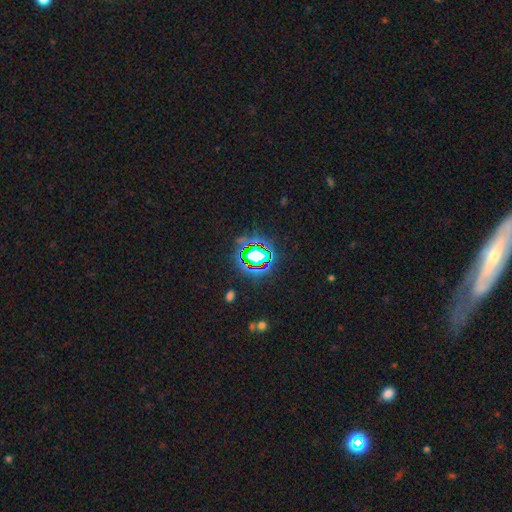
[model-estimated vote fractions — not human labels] Smooth or featured: star or artifact — 69% (smooth — 18%)